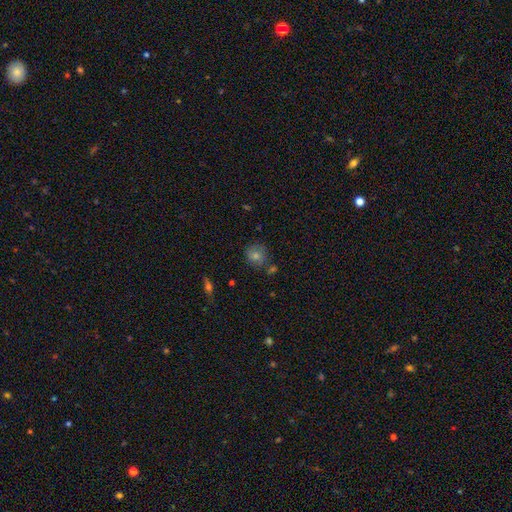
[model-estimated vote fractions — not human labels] Smooth or featured?
  - smooth: 61% *
  - star or artifact: 21%
  - featured or disk: 18%
How rounded?
  - round: 85% *
  - in between: 13%
  - cigar-shaped: 1%
Merging?
  - none: 76% *
  - minor disturbance: 13%
  - merger: 7%
  - major disturbance: 4%